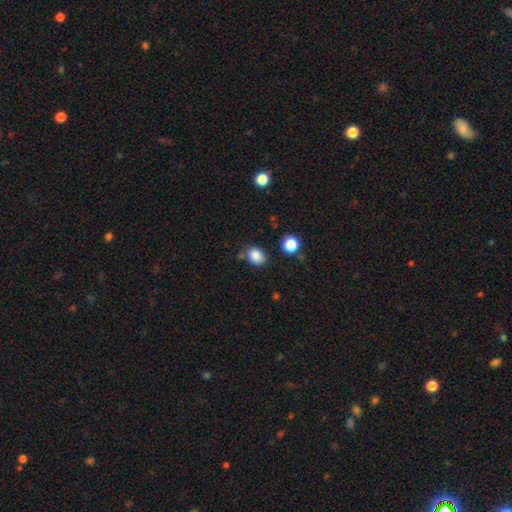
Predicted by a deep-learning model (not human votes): A smooth galaxy with no disk features (85%) that is round (52%). Merging: none (73%).